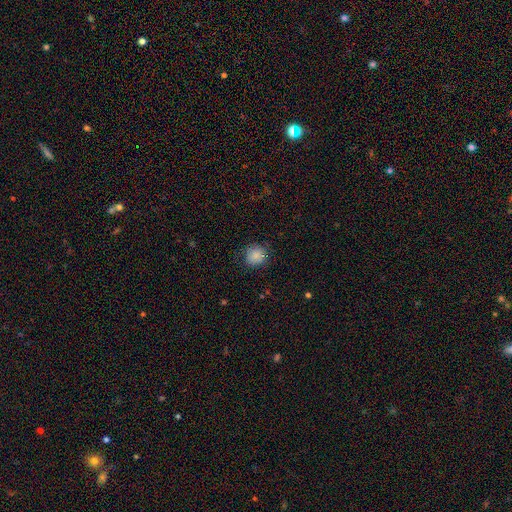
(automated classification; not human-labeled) This appears to be a smooth galaxy with no disk features (86%) that is round (85%). Merging: none (77%).